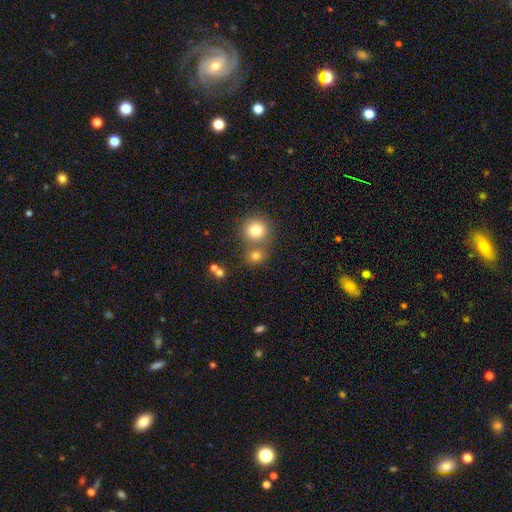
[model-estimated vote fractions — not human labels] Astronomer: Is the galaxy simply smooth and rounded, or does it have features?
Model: smooth — 76%.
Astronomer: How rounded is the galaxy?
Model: round — 82%.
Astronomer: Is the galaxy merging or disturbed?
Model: none — 58%.